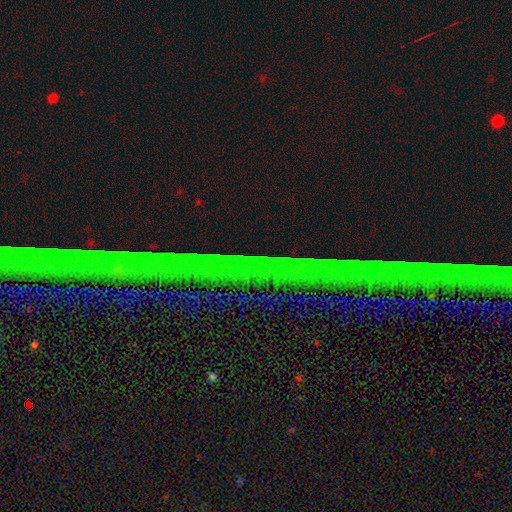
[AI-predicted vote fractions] Smooth or featured: star or artifact — 81% (featured or disk — 11%)